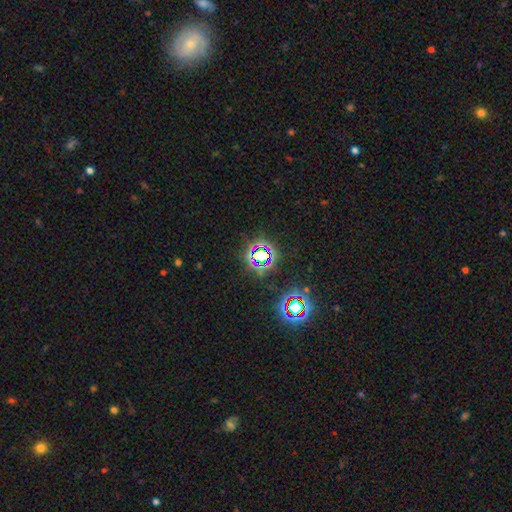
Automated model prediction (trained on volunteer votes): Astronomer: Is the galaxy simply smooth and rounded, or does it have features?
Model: star or artifact — 75%.